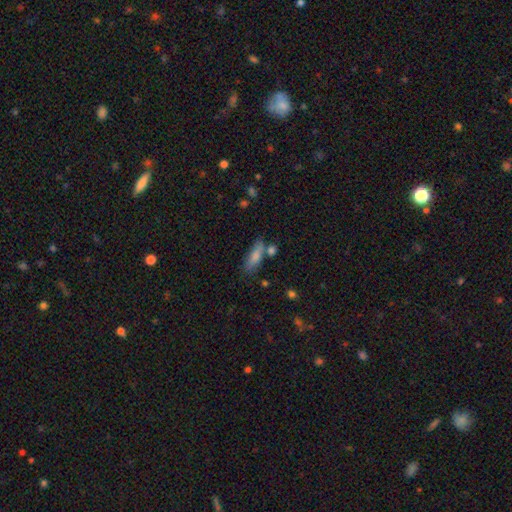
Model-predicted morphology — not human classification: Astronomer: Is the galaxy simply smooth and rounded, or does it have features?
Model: smooth — 78%.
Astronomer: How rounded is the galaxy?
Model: in between — 51% (runner-up: cigar-shaped, 47%).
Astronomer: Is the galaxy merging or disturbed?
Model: none — 63%.